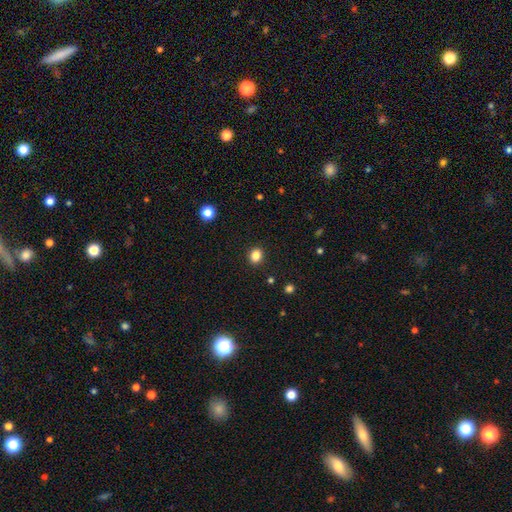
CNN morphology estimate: smooth 84%, star or artifact 11%, featured or disk 5%. Down the decision tree: how rounded — round (61%); merging — none (91%).